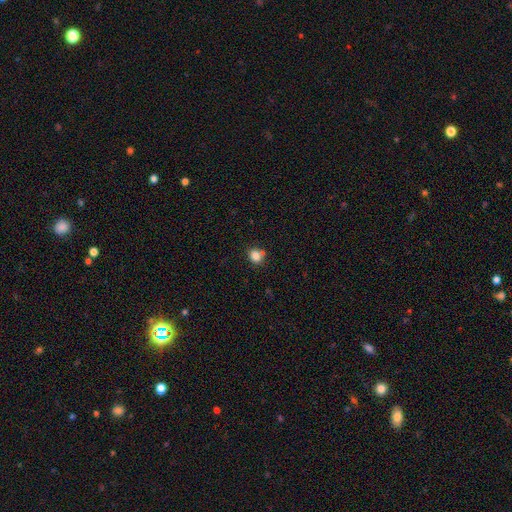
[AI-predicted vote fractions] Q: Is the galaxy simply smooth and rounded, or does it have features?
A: smooth — 82%.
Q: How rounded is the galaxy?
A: round — 65%.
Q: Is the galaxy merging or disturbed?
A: none — 68%.